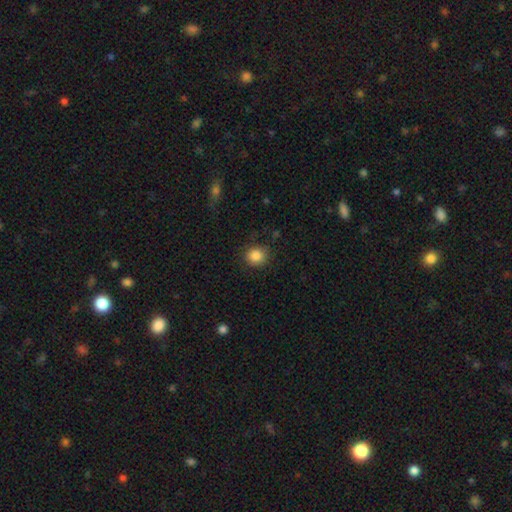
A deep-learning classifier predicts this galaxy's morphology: Smooth or featured? Predicted: smooth (p=0.86). How rounded? Predicted: round (p=0.84). Merging? Predicted: none (p=0.85).